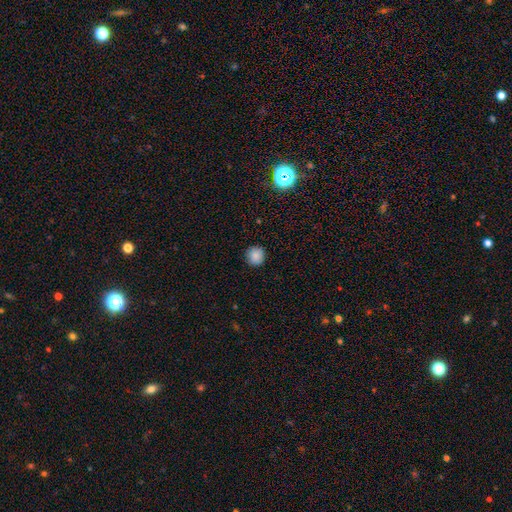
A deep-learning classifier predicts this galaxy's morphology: The model was most divided on "smooth or featured": smooth: 84%, star or artifact: 11%, featured or disk: 4%. More confident: how rounded — round (93%); merging — none (90%).